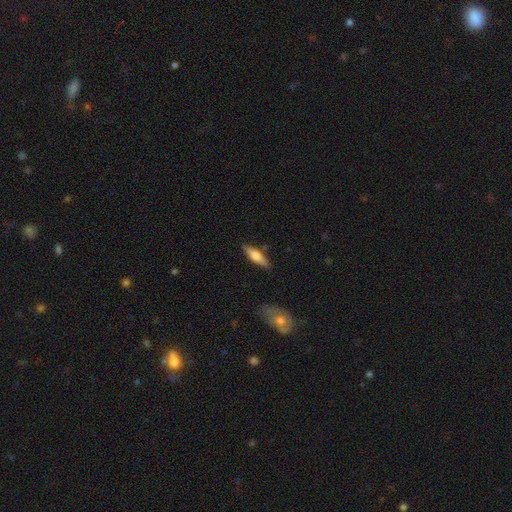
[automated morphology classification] The model was most divided on "smooth or featured": smooth: 56%, featured or disk: 38%, star or artifact: 6%. More confident: merging — none (84%); how rounded — cigar-shaped (62%).